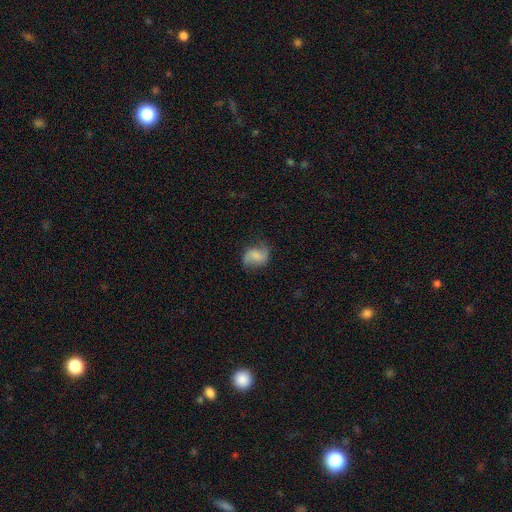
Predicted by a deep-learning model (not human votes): Smooth or featured?
  - featured or disk: 49% *
  - smooth: 42%
  - star or artifact: 9%
Merging?
  - none: 69% *
  - minor disturbance: 21%
  - major disturbance: 8%
  - merger: 1%